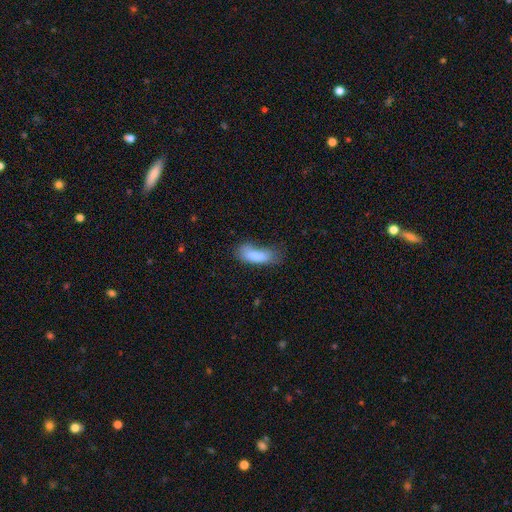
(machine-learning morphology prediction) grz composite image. It shows a smooth galaxy with no disk features (79%) that is in between round and cigar-shaped (66%). Merging: none (34%, tied with minor disturbance).